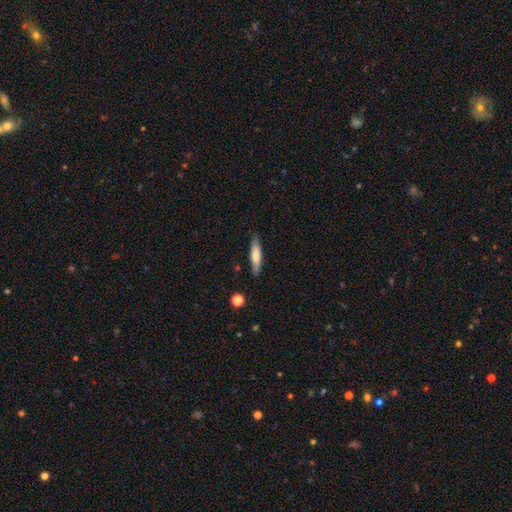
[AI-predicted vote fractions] This is likely a smooth galaxy (67%). How rounded: likely cigar-shaped (80%). Merging: clearly none (86%).